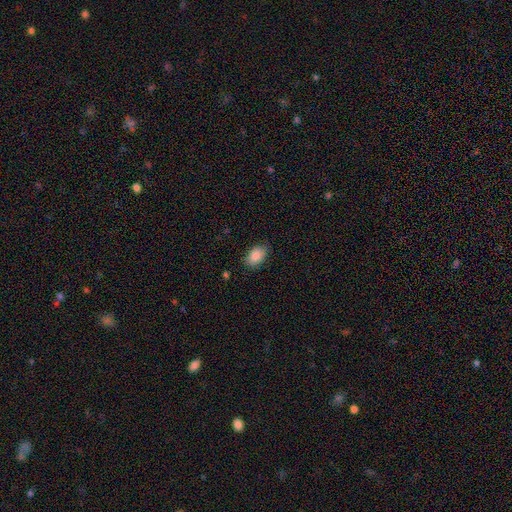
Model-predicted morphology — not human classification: Smooth or featured? smooth (88%)
How rounded? in between (90%)
Merging? none (82%)